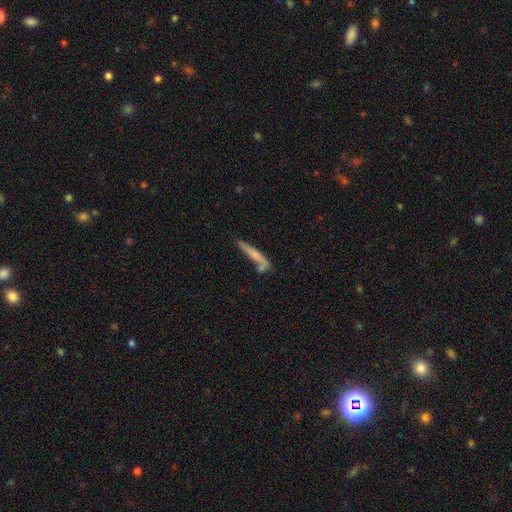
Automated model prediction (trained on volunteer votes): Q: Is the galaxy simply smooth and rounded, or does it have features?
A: smooth — 56%.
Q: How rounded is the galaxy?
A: cigar-shaped — 91%.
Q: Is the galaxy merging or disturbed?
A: none — 48%.